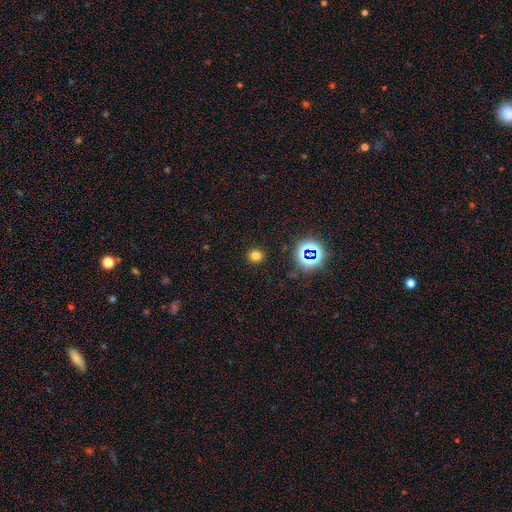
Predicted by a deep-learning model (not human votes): This is likely a smooth galaxy (73%). How rounded: clearly round (89%). Merging: clearly none (90%).